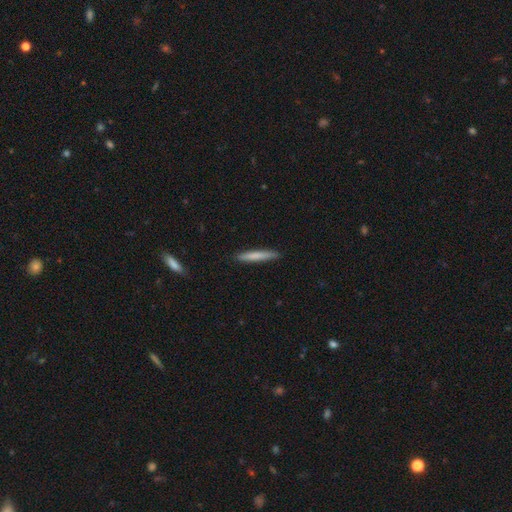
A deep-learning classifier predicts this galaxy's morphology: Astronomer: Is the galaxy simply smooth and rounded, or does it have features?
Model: smooth — 76%.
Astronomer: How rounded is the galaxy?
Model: cigar-shaped — 95%.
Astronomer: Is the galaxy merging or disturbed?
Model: none — 90%.